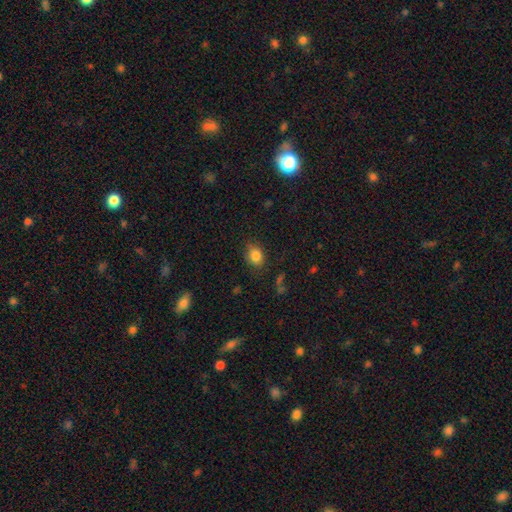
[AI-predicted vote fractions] Q: Smooth or featured?
A: smooth (84%); runner-up: star or artifact (10%)
Q: How rounded?
A: in between (55%); runner-up: round (43%)
Q: Merging?
A: none (79%); runner-up: minor disturbance (15%)